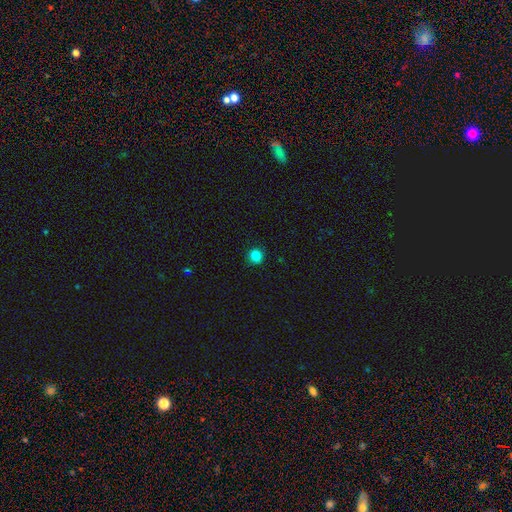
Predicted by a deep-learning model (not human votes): Overall: smooth (84%). How rounded: round (94%). Merging: none (92%).